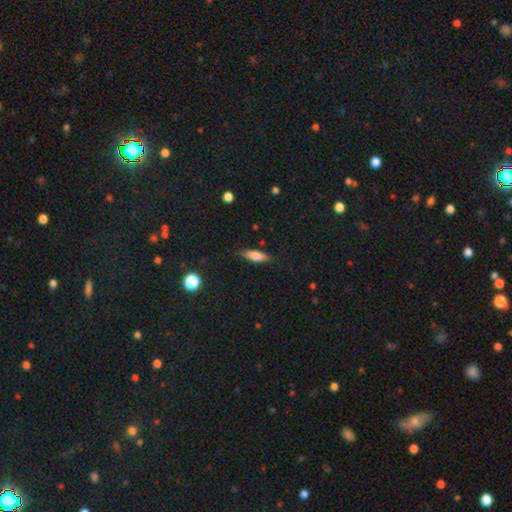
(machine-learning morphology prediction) A smooth galaxy with no disk features (68%) that is in between round and cigar-shaped (54%). Merging: none (81%).